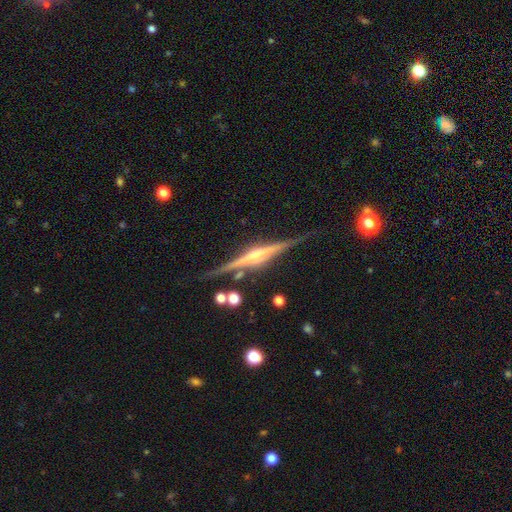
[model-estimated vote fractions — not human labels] featured or disk 86%, smooth 8%, star or artifact 6%. Down the decision tree: edge-on disk — yes (98%); edge-on bulge — rounded (78%); merging — none (85%).